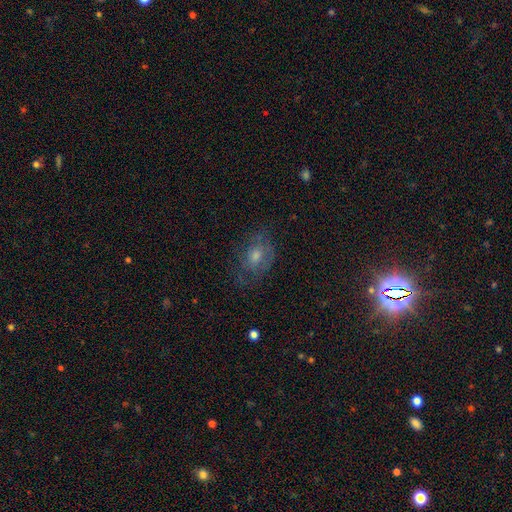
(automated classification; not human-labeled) featured or disk 46%, smooth 35%, star or artifact 19%. Down the decision tree: merging — none (65%).